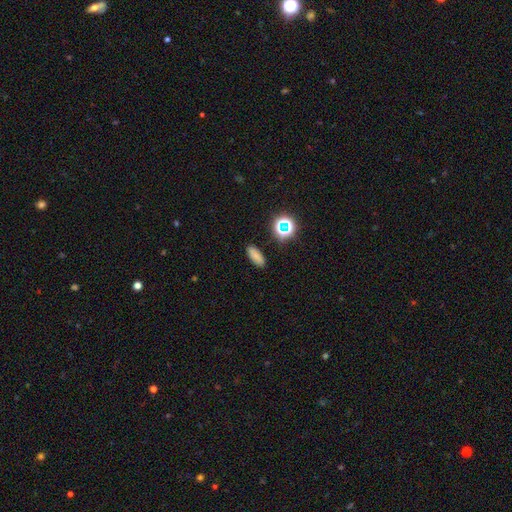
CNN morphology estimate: smooth-or-featured: smooth: 78% | star or artifact: 17% | featured or disk: 6%
  how-rounded: in between: 69% | cigar-shaped: 25% | round: 6%
  merging: none: 88% | minor disturbance: 8% | major disturbance: 2% | merger: 2%